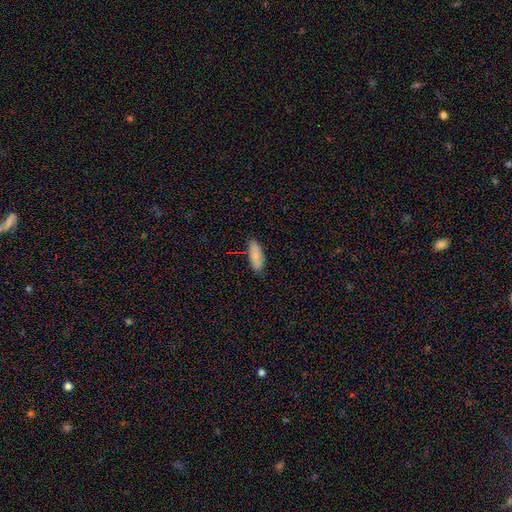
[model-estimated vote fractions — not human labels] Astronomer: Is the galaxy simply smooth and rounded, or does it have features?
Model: smooth — 83%.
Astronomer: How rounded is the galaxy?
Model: in between — 79%.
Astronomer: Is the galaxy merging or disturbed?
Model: none — 83%.